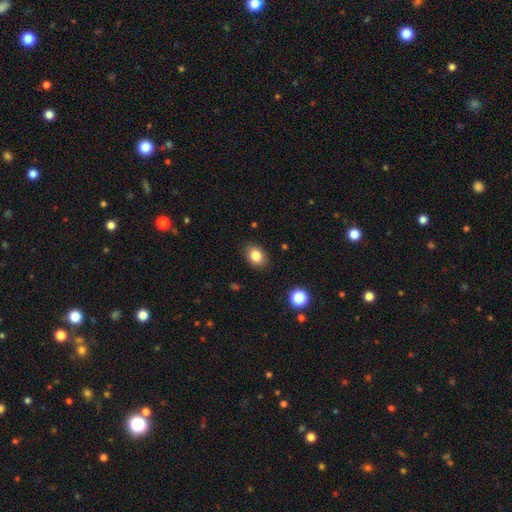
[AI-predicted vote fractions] smooth_or_featured: smooth (p=0.84) [alt: star or artifact p=0.10]
how_rounded: in between (p=0.62) [alt: round p=0.37]
merging: none (p=0.87) [alt: minor disturbance p=0.09]